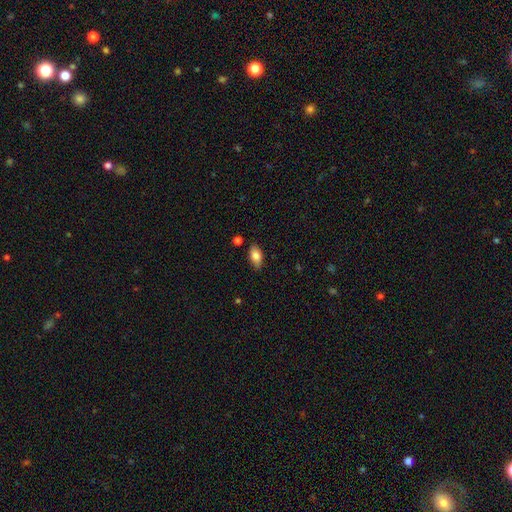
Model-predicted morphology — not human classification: Smooth or featured?
  - smooth: 82% *
  - featured or disk: 11%
  - star or artifact: 7%
How rounded?
  - in between: 91% *
  - cigar-shaped: 5%
  - round: 4%
Merging?
  - none: 81% *
  - minor disturbance: 14%
  - major disturbance: 3%
  - merger: 2%